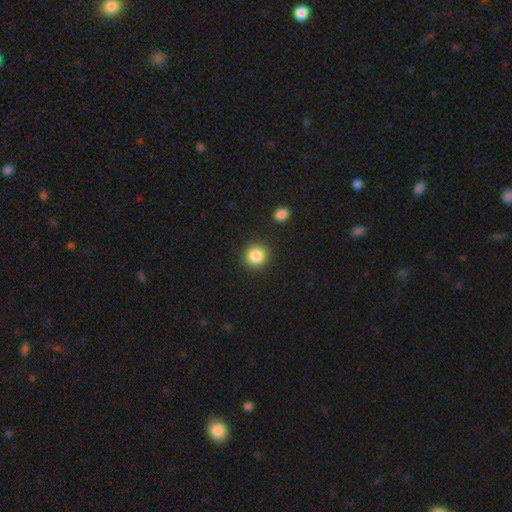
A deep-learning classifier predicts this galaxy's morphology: Overall: smooth (86%). How rounded: round (93%). Merging: none (89%).